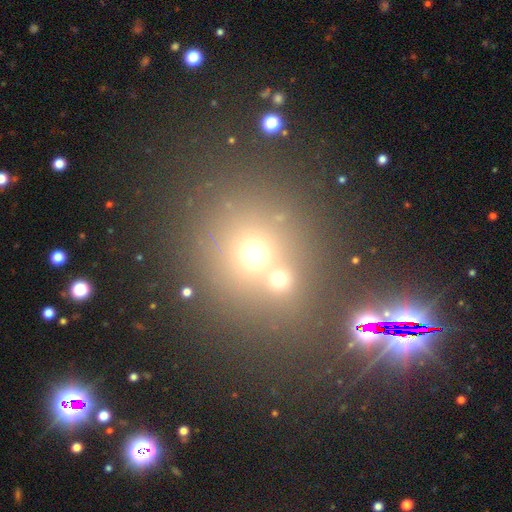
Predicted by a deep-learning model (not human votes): Q: Smooth or featured?
A: smooth (60%); runner-up: star or artifact (28%)
Q: How rounded?
A: round (83%); runner-up: in between (16%)
Q: Merging?
A: none (49%); runner-up: merger (40%)